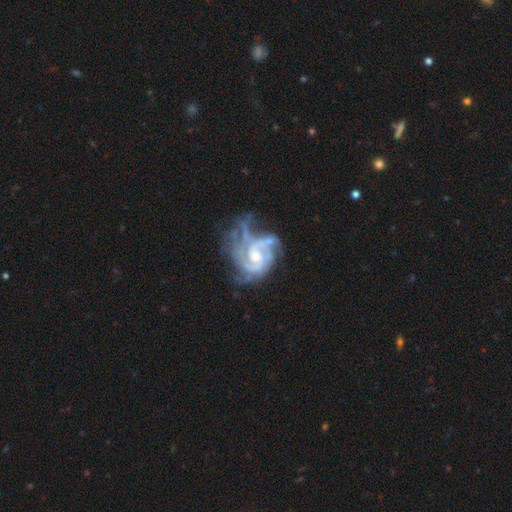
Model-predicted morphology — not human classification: Smooth or featured? Predicted: featured or disk (p=0.88). Edge-on disk? Predicted: no (p=0.98). Bar? Predicted: no (p=0.57). Spiral arms? Predicted: yes (p=0.95). Spiral winding? Predicted: medium (p=0.43). Spiral arm count? Predicted: 2 (p=0.31). Bulge size? Predicted: moderate (p=0.52). Merging? Predicted: none (p=0.37).